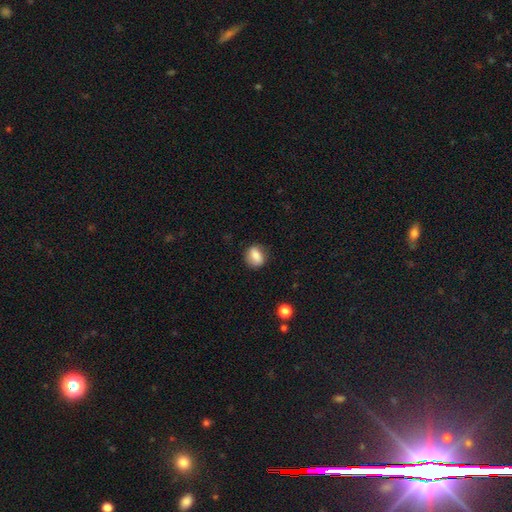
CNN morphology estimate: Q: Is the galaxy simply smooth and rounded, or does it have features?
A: smooth — 77%.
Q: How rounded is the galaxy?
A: in between — 52%.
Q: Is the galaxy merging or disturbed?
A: none — 82%.